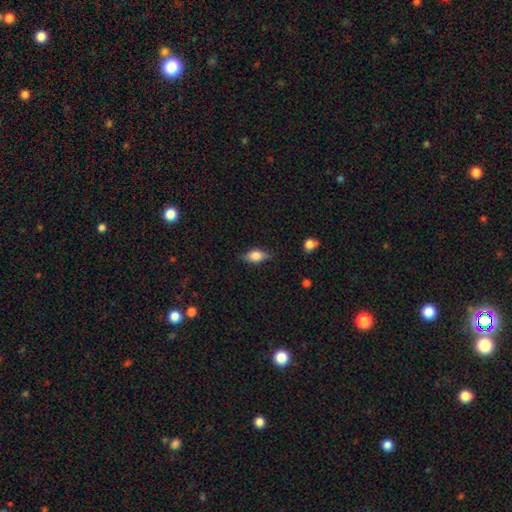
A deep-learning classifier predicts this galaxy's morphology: smooth-or-featured: smooth: 69% | featured or disk: 23% | star or artifact: 8%
  how-rounded: in between: 82% | cigar-shaped: 10% | round: 8%
  merging: none: 79% | minor disturbance: 16% | major disturbance: 3% | merger: 1%